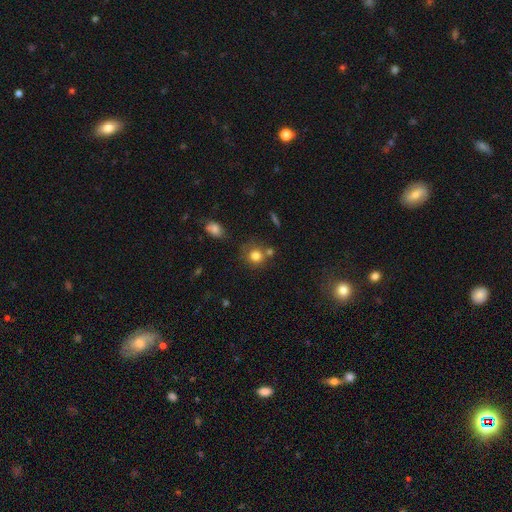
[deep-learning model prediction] A smooth galaxy with no disk features (79%) that is round (86%).

Vote fractions:
- Smooth or featured? smooth: 79% / star or artifact: 12% / featured or disk: 8%
- How rounded? round: 86% / in between: 13% / cigar-shaped: 1%
- Merging? none: 64% / merger: 17% / minor disturbance: 14% / major disturbance: 5%